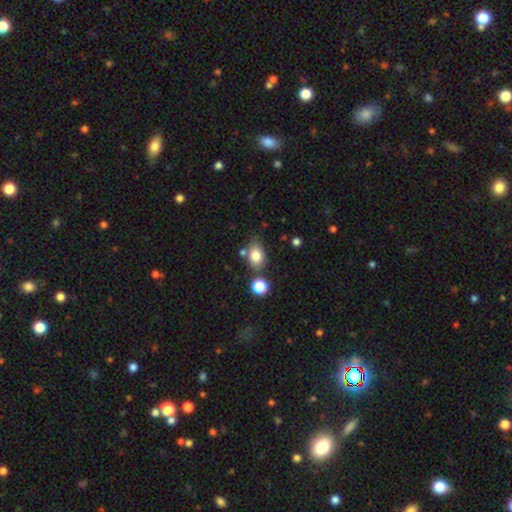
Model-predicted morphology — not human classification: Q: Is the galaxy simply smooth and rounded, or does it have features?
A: smooth — 80%.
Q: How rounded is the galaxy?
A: in between — 78%.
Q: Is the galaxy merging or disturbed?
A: none — 66%.